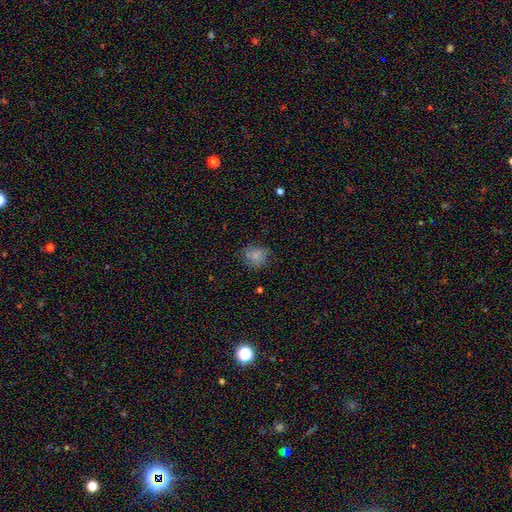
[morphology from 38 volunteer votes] type=smooth (71%); roundness=round (70%); merging=none (78%).